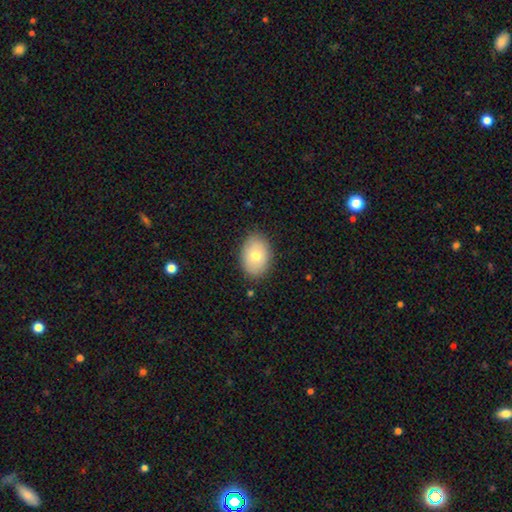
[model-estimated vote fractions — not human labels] smooth-or-featured: smooth: 74% | featured or disk: 19% | star or artifact: 7%
  how-rounded: in between: 81% | round: 18% | cigar-shaped: 1%
  merging: none: 85% | minor disturbance: 11% | major disturbance: 2% | merger: 1%